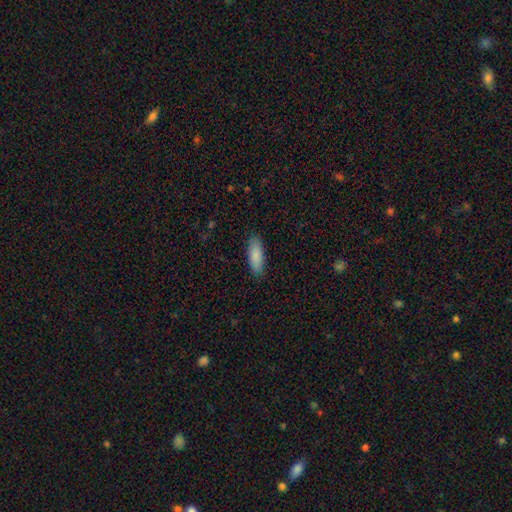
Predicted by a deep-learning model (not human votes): smooth-or-featured: smooth: 88% | featured or disk: 6% | star or artifact: 6%
  how-rounded: in between: 66% | cigar-shaped: 32% | round: 2%
  merging: none: 88% | minor disturbance: 9% | major disturbance: 2% | merger: 1%